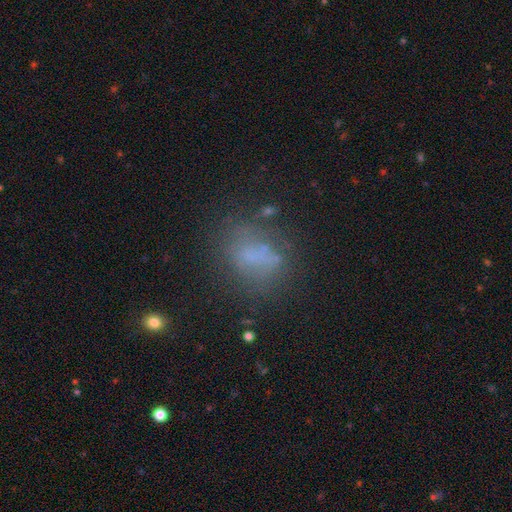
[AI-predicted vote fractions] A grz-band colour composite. It shows a smooth galaxy with no disk features (55%) that is in between round and cigar-shaped (62%). Merging: none (58%).